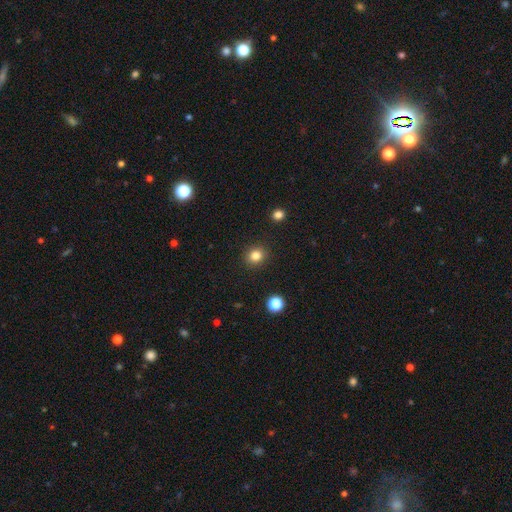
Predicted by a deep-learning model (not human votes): Smooth or featured? Predicted: smooth (p=0.83). How rounded? Predicted: round (p=0.82). Merging? Predicted: none (p=0.91).